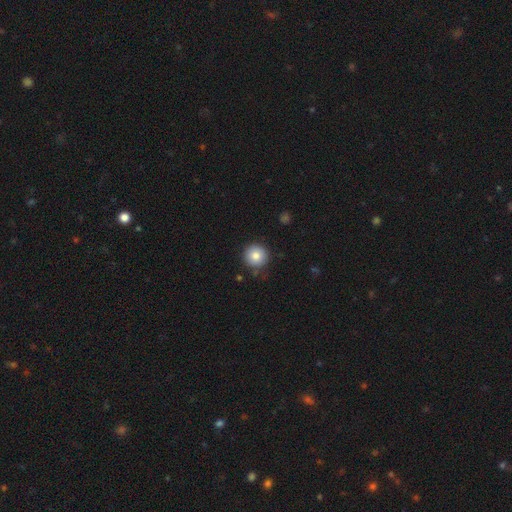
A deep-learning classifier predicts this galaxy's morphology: This appears to be a smooth galaxy with no disk features (81%) that is round (95%). Merging: none (86%).